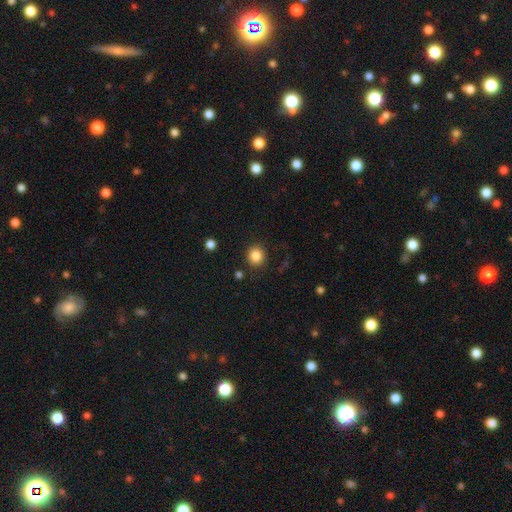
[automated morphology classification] smooth_or_featured: smooth (p=0.85) [alt: star or artifact p=0.11]
how_rounded: round (p=0.85) [alt: in between p=0.14]
merging: none (p=0.88) [alt: minor disturbance p=0.07]